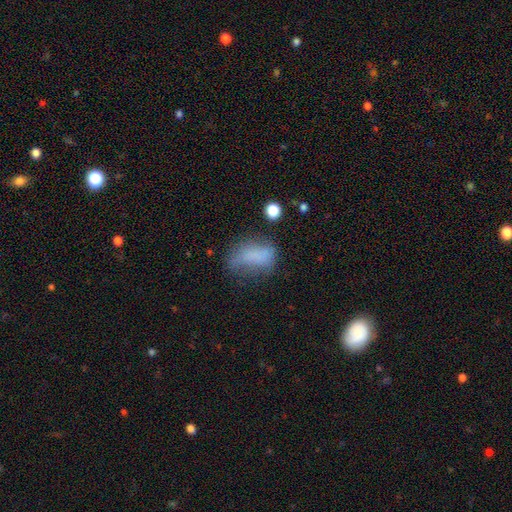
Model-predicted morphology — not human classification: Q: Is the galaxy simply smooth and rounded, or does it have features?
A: smooth — 69%.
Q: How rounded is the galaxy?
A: in between — 82%.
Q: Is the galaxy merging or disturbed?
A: none — 38%.